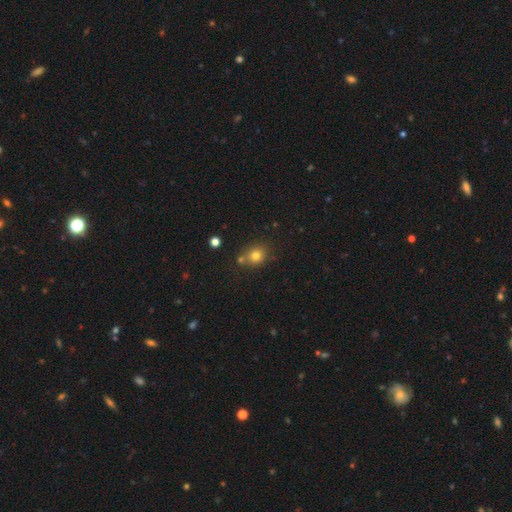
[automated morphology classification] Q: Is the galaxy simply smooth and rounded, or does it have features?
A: smooth — 77%.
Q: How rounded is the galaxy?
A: round — 77%.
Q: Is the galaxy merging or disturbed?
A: none — 65%.